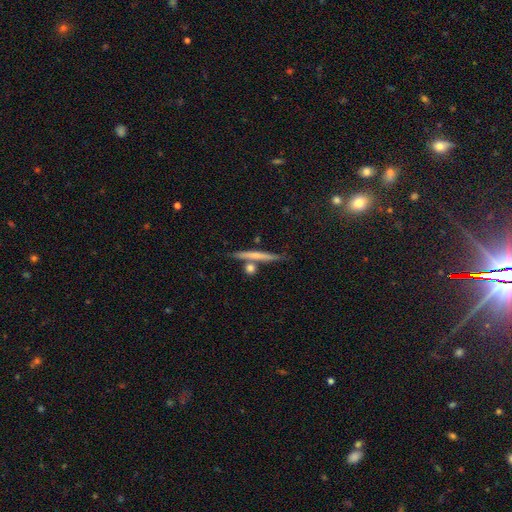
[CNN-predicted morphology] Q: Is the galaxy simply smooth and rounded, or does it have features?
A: smooth — 50%.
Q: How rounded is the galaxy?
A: cigar-shaped — 92%.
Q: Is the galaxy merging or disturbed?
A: none — 76%.